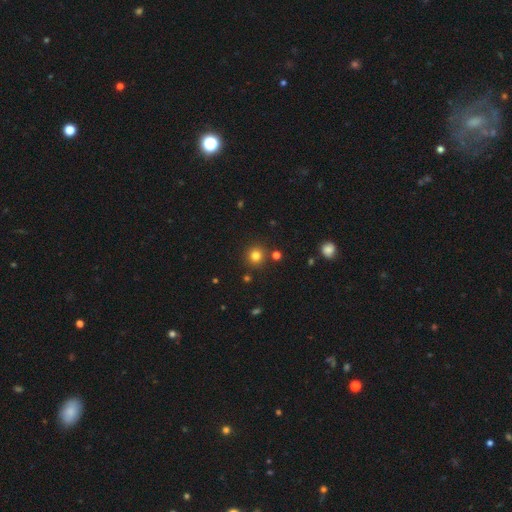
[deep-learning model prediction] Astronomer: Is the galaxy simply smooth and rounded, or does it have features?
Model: smooth — 80%.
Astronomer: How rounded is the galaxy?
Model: round — 94%.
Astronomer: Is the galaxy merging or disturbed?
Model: none — 87%.